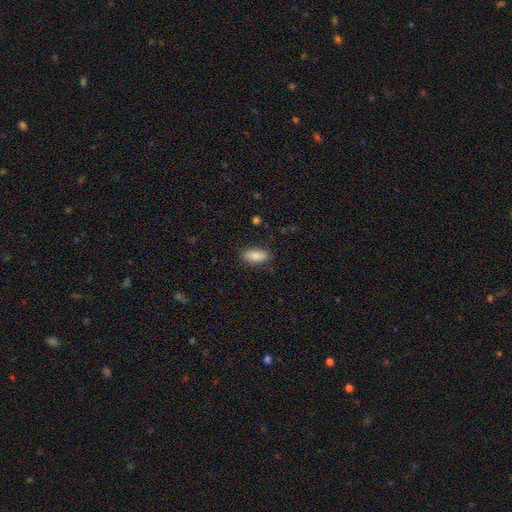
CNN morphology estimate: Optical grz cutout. It shows a smooth galaxy with no disk features (85%) that is in between round and cigar-shaped (89%). Merging: none (85%).